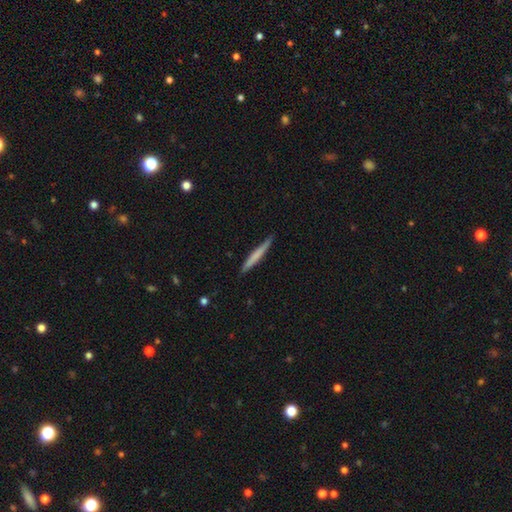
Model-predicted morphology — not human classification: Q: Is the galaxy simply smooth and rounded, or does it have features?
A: smooth — 61%.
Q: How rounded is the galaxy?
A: cigar-shaped — 96%.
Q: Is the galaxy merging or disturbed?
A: none — 85%.